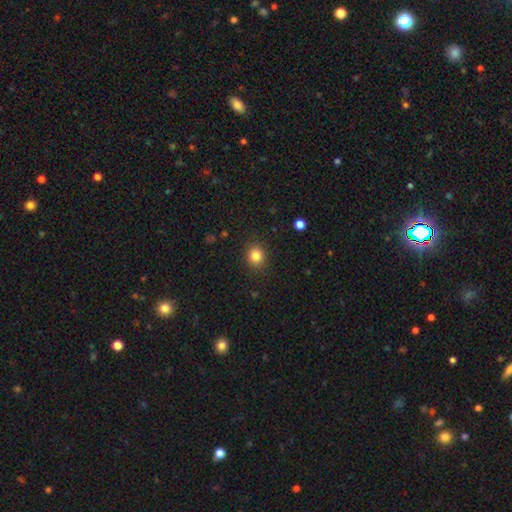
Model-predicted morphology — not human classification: smooth 83%, star or artifact 12%, featured or disk 5%. Down the decision tree: how rounded — round (79%); merging — none (89%).